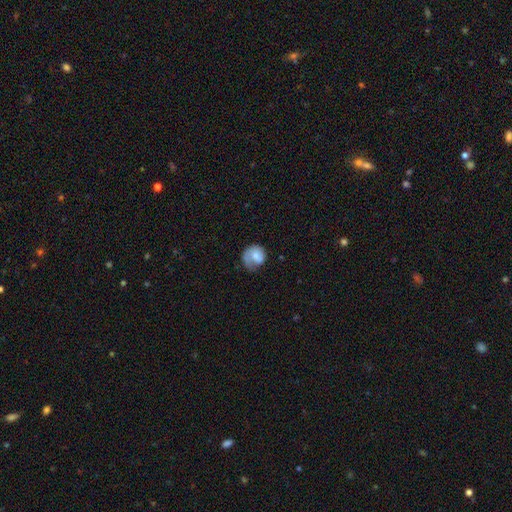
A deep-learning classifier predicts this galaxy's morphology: Smooth or featured: smooth — 56% (featured or disk — 37%)
How rounded: round — 73% (in between — 26%)
Merging: none — 40% (major disturbance — 30%)